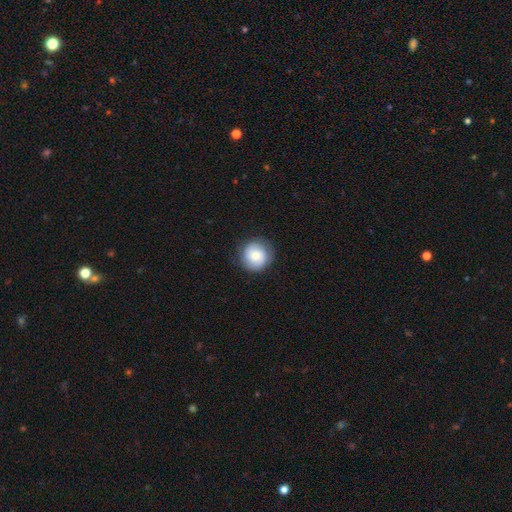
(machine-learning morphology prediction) Smooth or featured? smooth (66%)
How rounded? round (93%)
Merging? none (85%)